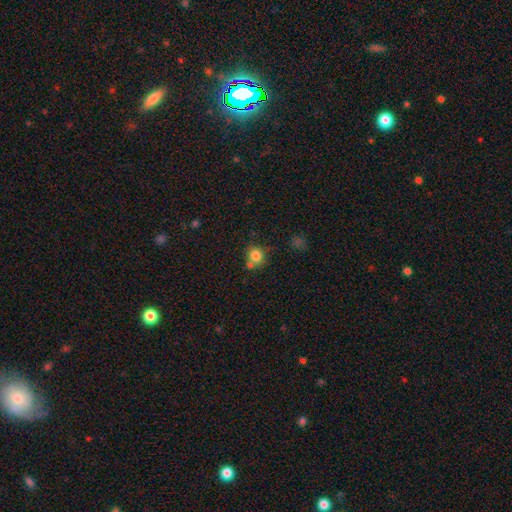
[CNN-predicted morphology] Smooth or featured? Predicted: smooth (p=0.82). How rounded? Predicted: round (p=0.82). Merging? Predicted: none (p=0.60).